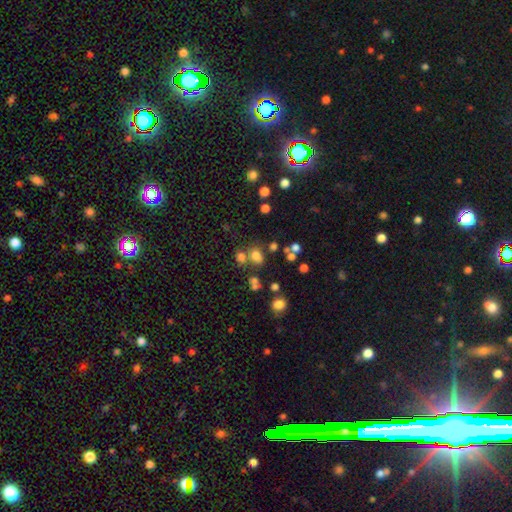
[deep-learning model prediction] Smooth or featured?
  - smooth: 71% *
  - star or artifact: 21%
  - featured or disk: 9%
How rounded?
  - in between: 50% *
  - round: 49%
  - cigar-shaped: 1%
Merging?
  - none: 58% *
  - merger: 24%
  - minor disturbance: 12%
  - major disturbance: 6%